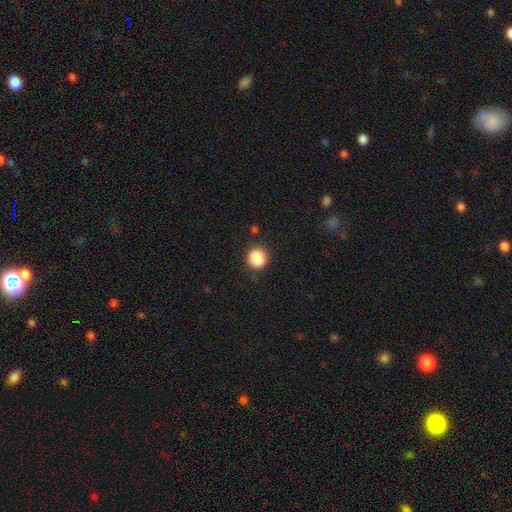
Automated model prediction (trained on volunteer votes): Overall: smooth (87%). How rounded: round (74%). Merging: none (77%).